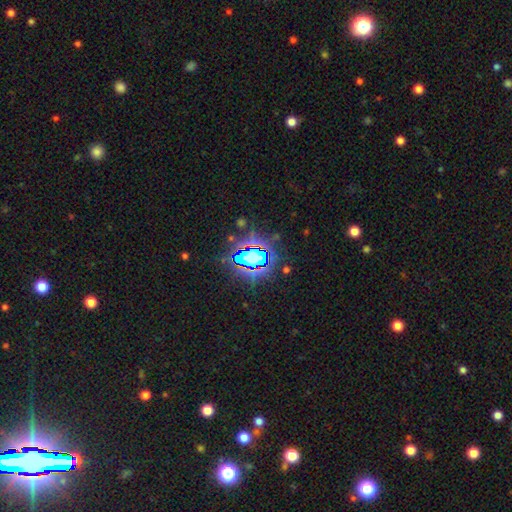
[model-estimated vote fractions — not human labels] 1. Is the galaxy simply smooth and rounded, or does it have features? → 75% star or artifact, 15% smooth, 10% featured or disk.